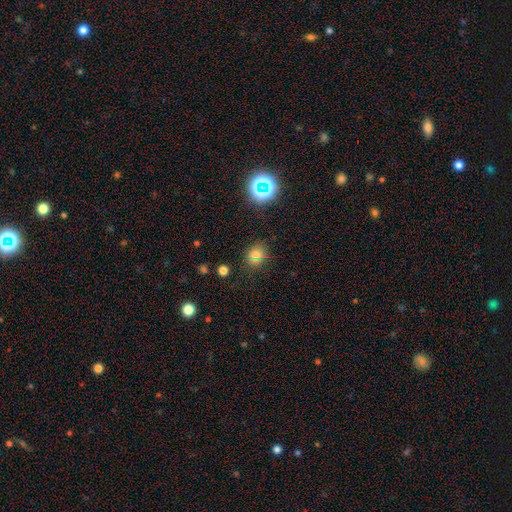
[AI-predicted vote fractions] Smooth or featured: smooth — 64% (star or artifact — 28%)
How rounded: round — 65% (in between — 33%)
Merging: none — 81% (minor disturbance — 11%)